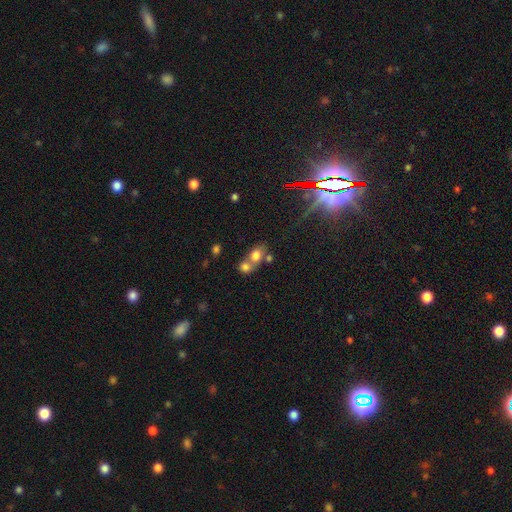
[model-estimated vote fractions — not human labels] smooth 73%, featured or disk 14%, star or artifact 13%. Down the decision tree: how rounded — in between (51%); merging — merger (58%).